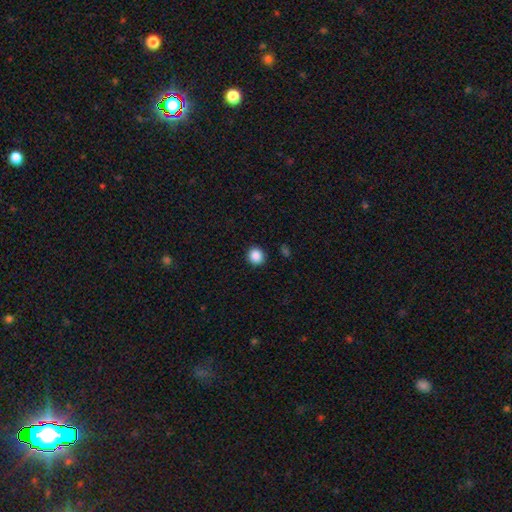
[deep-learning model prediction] Q: Smooth or featured?
A: smooth (88%); runner-up: star or artifact (9%)
Q: How rounded?
A: round (89%); runner-up: in between (10%)
Q: Merging?
A: none (91%); runner-up: minor disturbance (6%)